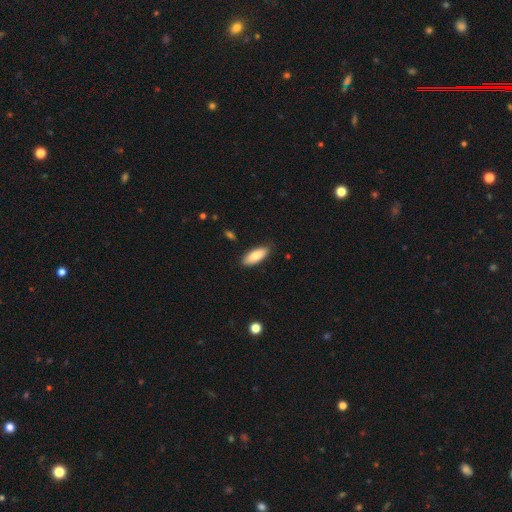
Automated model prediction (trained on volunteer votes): The model was most divided on "how rounded": in between: 74%, cigar-shaped: 24%, round: 2%. More confident: smooth or featured — smooth (84%); merging — none (83%).